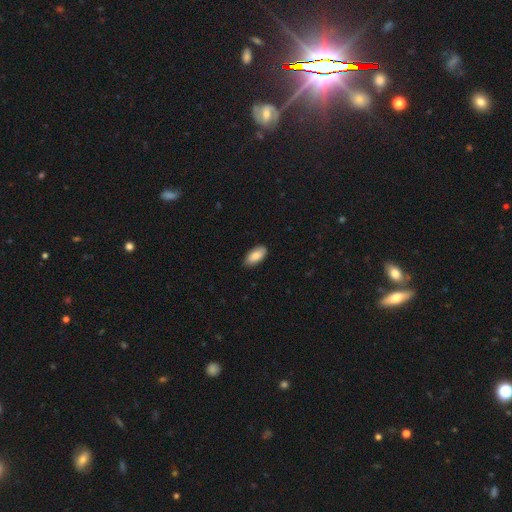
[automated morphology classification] This is clearly a smooth galaxy (83%). How rounded: clearly in between (93%). Merging: clearly none (86%).